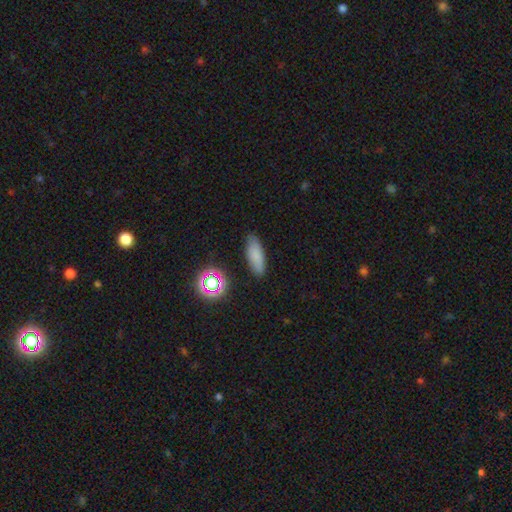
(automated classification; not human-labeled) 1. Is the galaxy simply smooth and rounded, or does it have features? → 78% smooth, 12% star or artifact, 9% featured or disk.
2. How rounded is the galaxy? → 67% in between, 30% cigar-shaped, 3% round.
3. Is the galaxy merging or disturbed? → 84% none, 11% minor disturbance, 3% major disturbance, 2% merger.